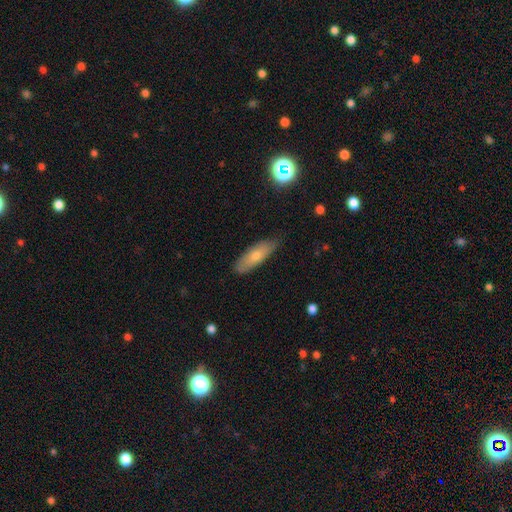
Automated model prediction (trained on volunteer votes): Smooth or featured: smooth — 69% (featured or disk — 24%)
How rounded: in between — 57% (cigar-shaped — 41%)
Merging: none — 77% (minor disturbance — 18%)